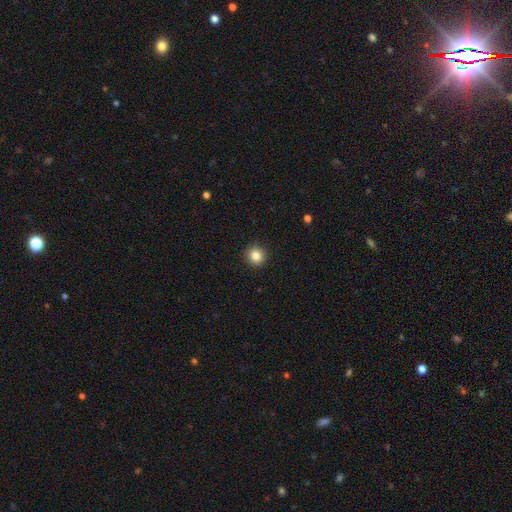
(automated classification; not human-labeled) Q: Smooth or featured?
A: smooth (84%); runner-up: star or artifact (10%)
Q: How rounded?
A: round (94%); runner-up: in between (5%)
Q: Merging?
A: none (93%); runner-up: minor disturbance (5%)